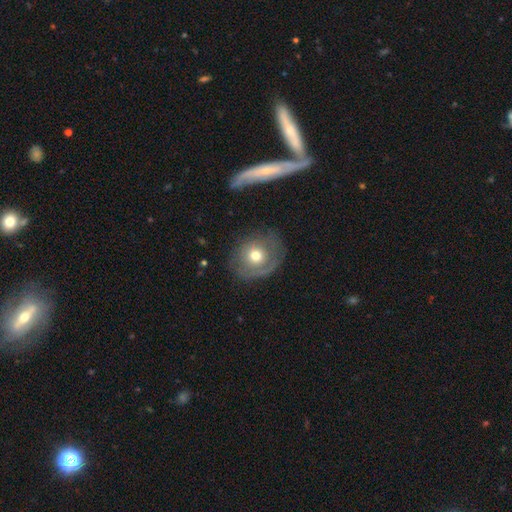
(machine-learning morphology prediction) Q: Smooth or featured?
A: smooth (54%); runner-up: featured or disk (37%)
Q: How rounded?
A: round (71%); runner-up: in between (28%)
Q: Merging?
A: none (66%); runner-up: minor disturbance (21%)